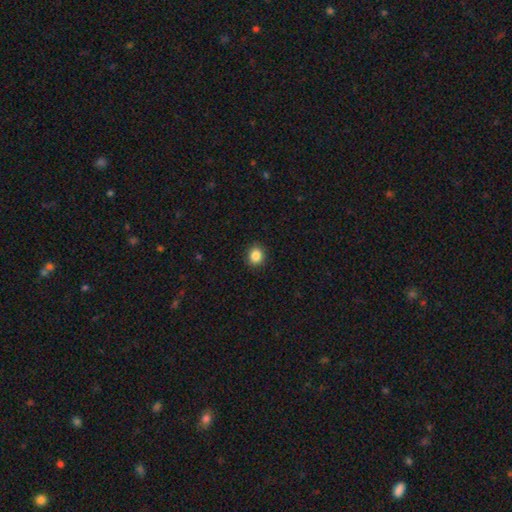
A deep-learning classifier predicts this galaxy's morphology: type=smooth (86%); roundness=round (77%); merging=none (91%).